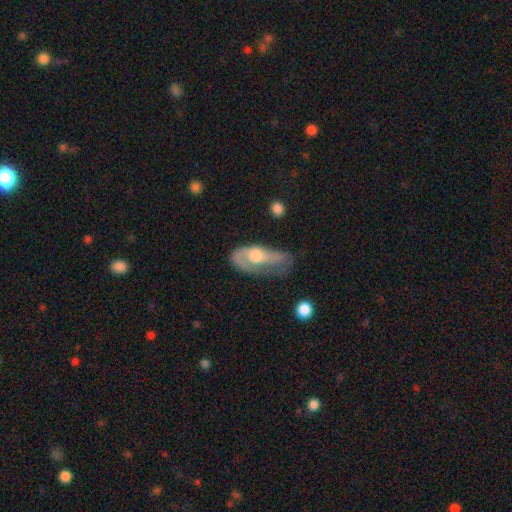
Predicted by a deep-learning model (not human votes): Morphology: type=featured or disk (61%); edge-on=no (83%); bar=no (71%); spiral arms=yes (63%); bulge=moderate (64%); merging=none (36%).